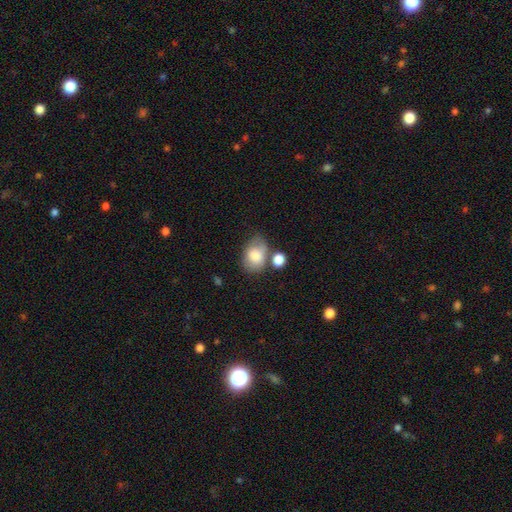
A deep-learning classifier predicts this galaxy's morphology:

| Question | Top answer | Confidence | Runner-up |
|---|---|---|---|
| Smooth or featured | smooth | 77% | featured or disk (15%) |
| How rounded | in between | 76% | round (23%) |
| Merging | none | 48% | minor disturbance (23%) |